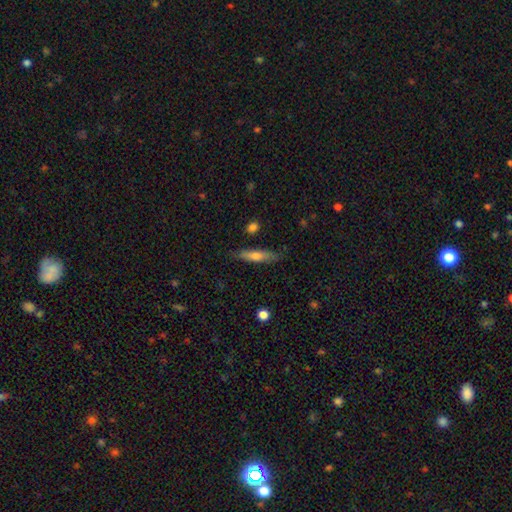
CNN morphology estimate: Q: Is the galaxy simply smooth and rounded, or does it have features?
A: smooth — 63%.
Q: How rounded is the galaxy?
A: cigar-shaped — 79%.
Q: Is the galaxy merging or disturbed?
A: none — 82%.